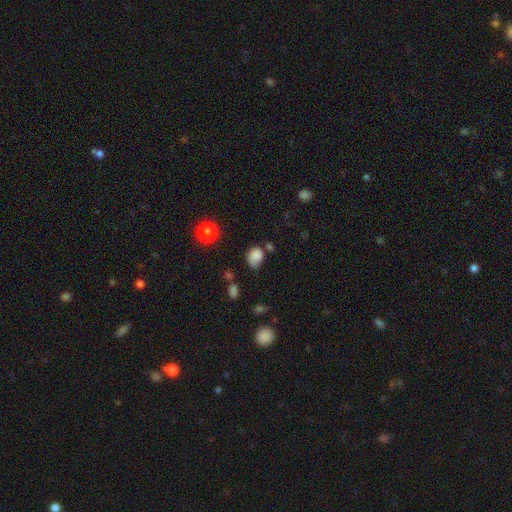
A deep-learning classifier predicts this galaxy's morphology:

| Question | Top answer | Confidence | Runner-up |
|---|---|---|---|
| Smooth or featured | smooth | 83% | star or artifact (11%) |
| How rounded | in between | 60% | round (39%) |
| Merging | none | 53% | minor disturbance (31%) |